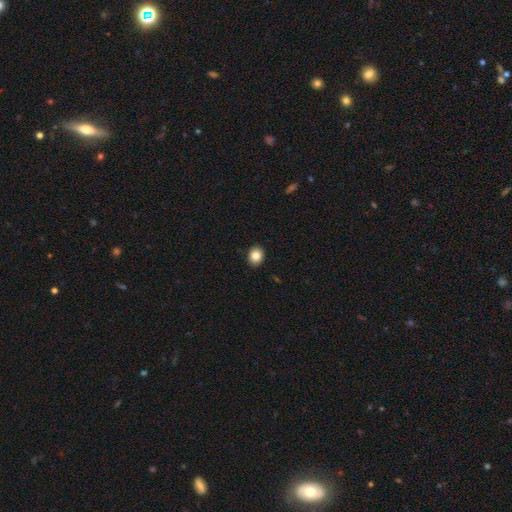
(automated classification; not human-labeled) Smooth or featured?
  - smooth: 84% *
  - star or artifact: 9%
  - featured or disk: 6%
How rounded?
  - round: 64% *
  - in between: 35%
  - cigar-shaped: 1%
Merging?
  - none: 92% *
  - minor disturbance: 5%
  - major disturbance: 1%
  - merger: 1%